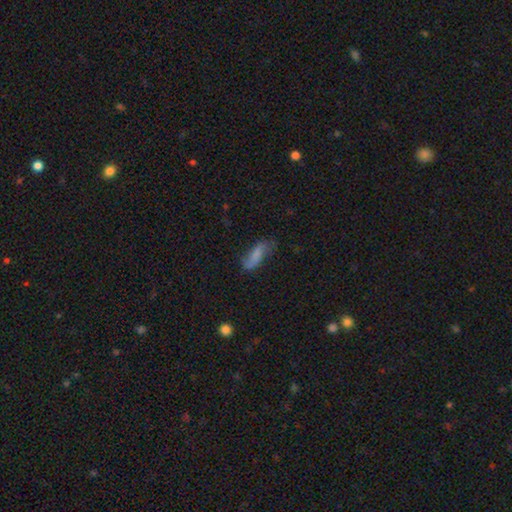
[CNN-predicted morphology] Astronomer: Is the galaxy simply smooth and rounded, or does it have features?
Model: smooth — 63%.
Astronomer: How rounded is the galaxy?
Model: in between — 63%.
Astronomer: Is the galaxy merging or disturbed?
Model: none — 58%.